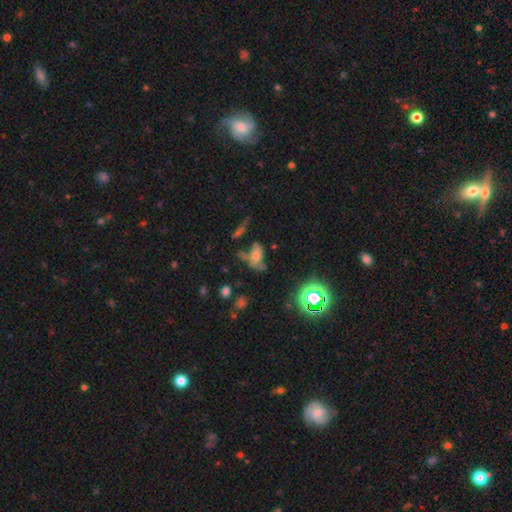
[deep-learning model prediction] The model was most divided on "merging": none: 36%, minor disturbance: 24%, major disturbance: 22%, merger: 18%. More confident: how rounded — in between (84%); smooth or featured — smooth (51%).